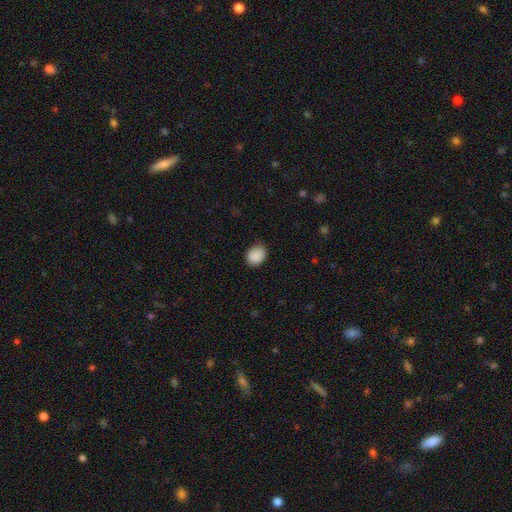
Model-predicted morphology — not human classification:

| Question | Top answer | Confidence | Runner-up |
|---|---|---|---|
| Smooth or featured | smooth | 89% | star or artifact (8%) |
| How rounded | round | 53% | in between (46%) |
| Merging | none | 79% | minor disturbance (17%) |